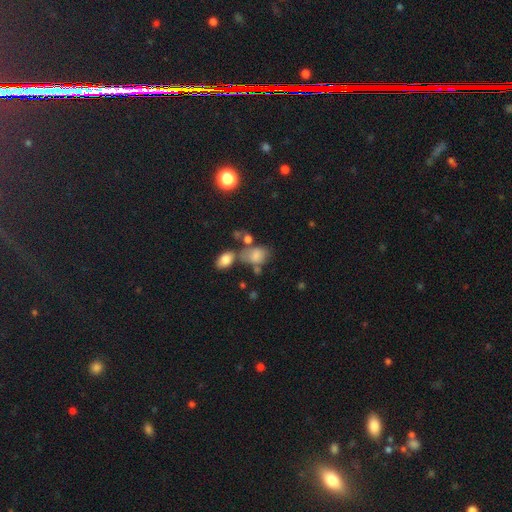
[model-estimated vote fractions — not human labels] This appears to be a smooth galaxy with no disk features (74%) that is in between round and cigar-shaped (80%). Merging: none (36%).